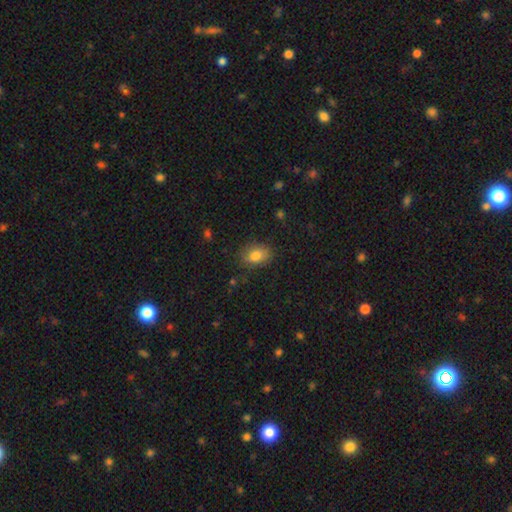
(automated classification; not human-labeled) A smooth galaxy with no disk features (82%) that is in between round and cigar-shaped (75%). Merging: none (80%).